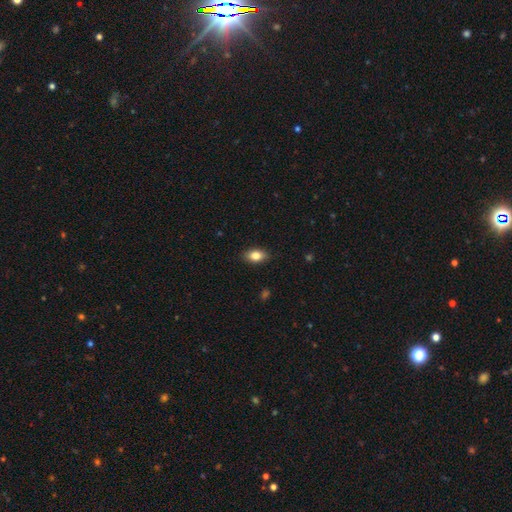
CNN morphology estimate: This is clearly a smooth galaxy (83%). How rounded: clearly in between (87%). Merging: clearly none (88%).